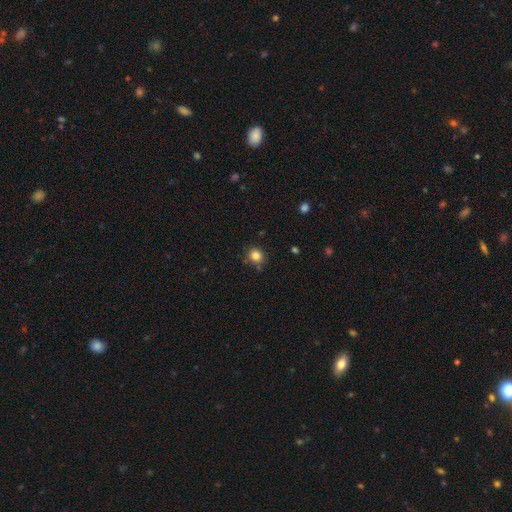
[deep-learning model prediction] Overall: smooth (83%). How rounded: round (87%). Merging: none (81%).